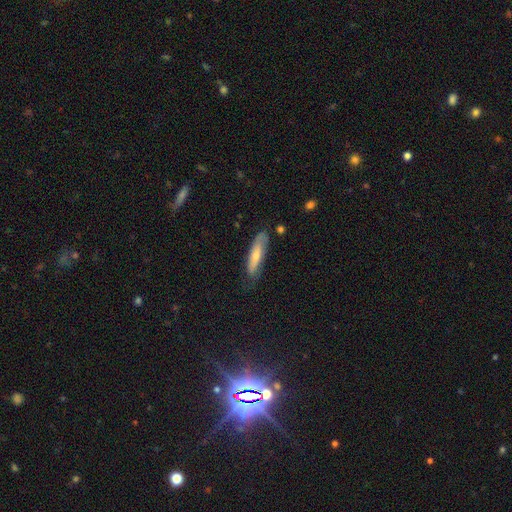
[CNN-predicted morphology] Smooth or featured: smooth — 63% (featured or disk — 31%)
How rounded: cigar-shaped — 70% (in between — 28%)
Merging: none — 67% (minor disturbance — 24%)